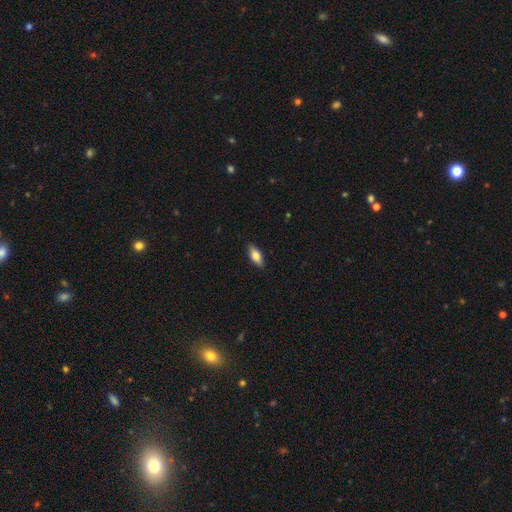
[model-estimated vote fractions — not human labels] Q: Smooth or featured?
A: smooth (69%); runner-up: featured or disk (24%)
Q: How rounded?
A: in between (77%); runner-up: cigar-shaped (20%)
Q: Merging?
A: none (87%); runner-up: minor disturbance (10%)